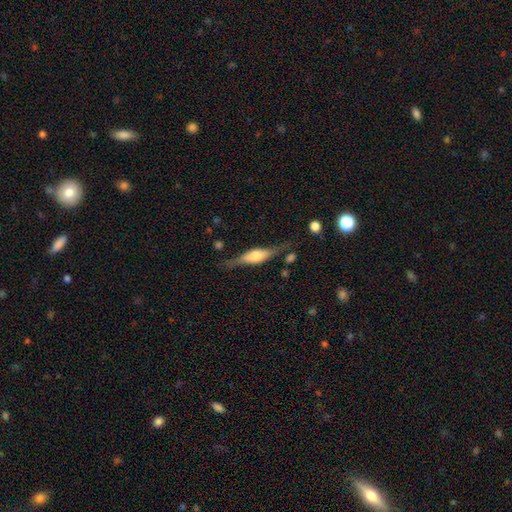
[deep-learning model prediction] Smooth or featured? Predicted: featured or disk (p=0.65). Edge-on disk? Predicted: yes (p=0.94). Edge-on bulge? Predicted: rounded (p=0.83). Merging? Predicted: none (p=0.74).